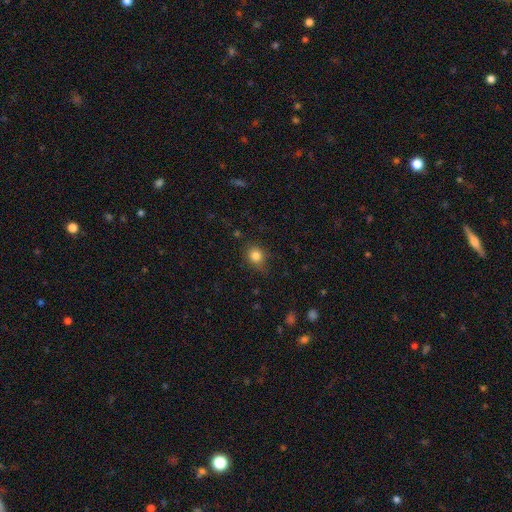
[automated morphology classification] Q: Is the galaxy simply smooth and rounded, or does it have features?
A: smooth — 82%.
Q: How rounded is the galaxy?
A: round — 75%.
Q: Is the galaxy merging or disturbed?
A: none — 75%.